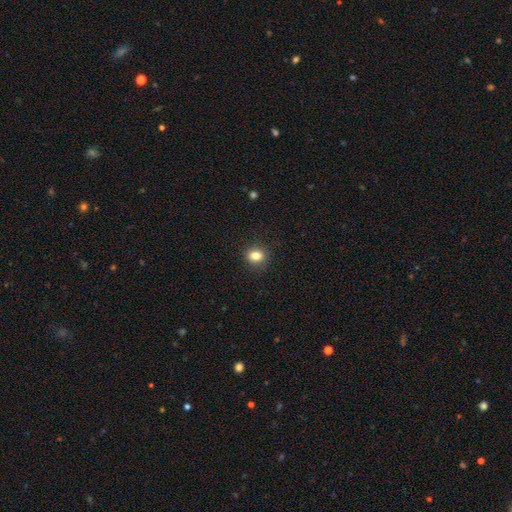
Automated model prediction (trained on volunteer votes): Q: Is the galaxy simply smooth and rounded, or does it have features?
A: smooth — 82%.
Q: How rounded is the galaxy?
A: round — 53%.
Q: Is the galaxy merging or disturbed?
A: none — 88%.